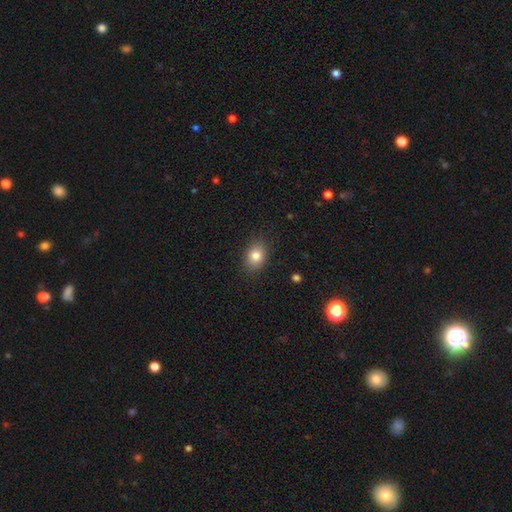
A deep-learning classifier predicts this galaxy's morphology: Smooth or featured?
  - smooth: 82% *
  - star or artifact: 10%
  - featured or disk: 8%
How rounded?
  - in between: 69% *
  - round: 29%
  - cigar-shaped: 1%
Merging?
  - none: 86% *
  - minor disturbance: 11%
  - major disturbance: 3%
  - merger: 1%